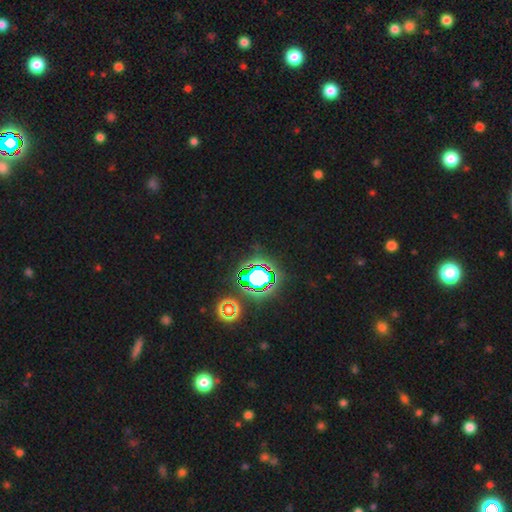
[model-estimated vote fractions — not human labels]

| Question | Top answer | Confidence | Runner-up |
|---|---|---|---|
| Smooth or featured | star or artifact | 82% | smooth (11%) |